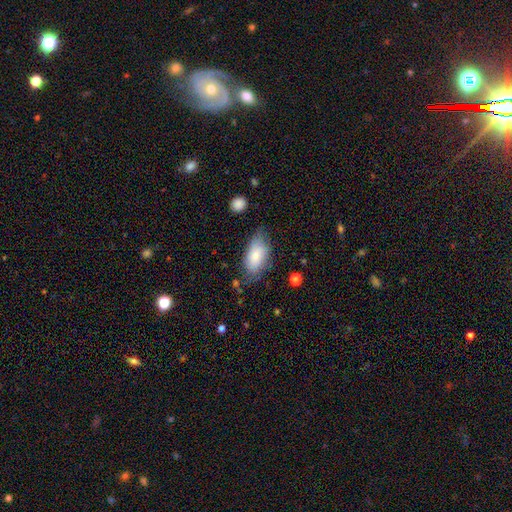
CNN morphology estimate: Smooth or featured?
  - smooth: 76% *
  - featured or disk: 18%
  - star or artifact: 7%
How rounded?
  - in between: 93% *
  - cigar-shaped: 4%
  - round: 3%
Merging?
  - none: 63% *
  - minor disturbance: 27%
  - major disturbance: 8%
  - merger: 3%